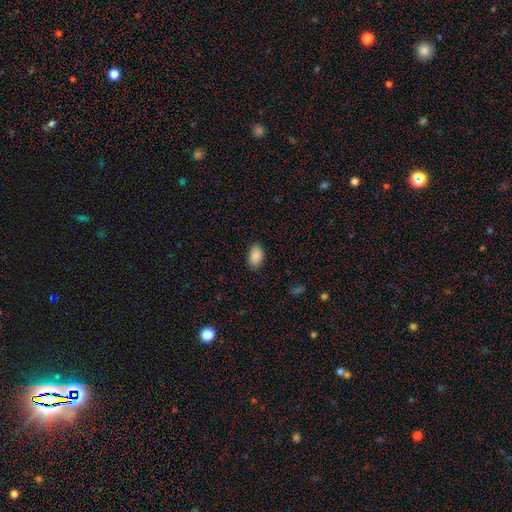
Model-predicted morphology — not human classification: Overall: smooth (90%). How rounded: in between (92%). Merging: none (86%).